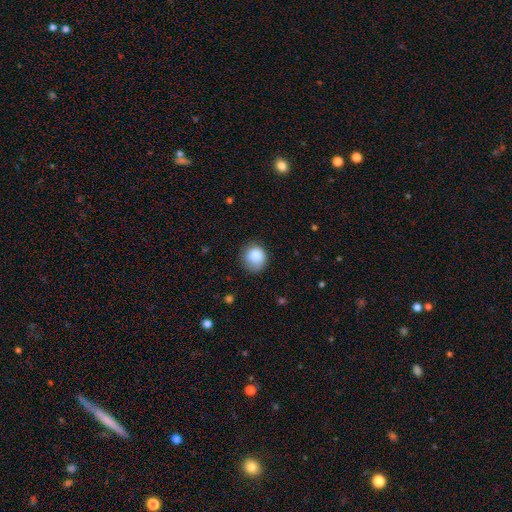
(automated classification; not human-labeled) Smooth or featured?
  - smooth: 86% *
  - star or artifact: 9%
  - featured or disk: 5%
How rounded?
  - round: 85% *
  - in between: 14%
  - cigar-shaped: 1%
Merging?
  - none: 73% *
  - minor disturbance: 20%
  - major disturbance: 6%
  - merger: 1%